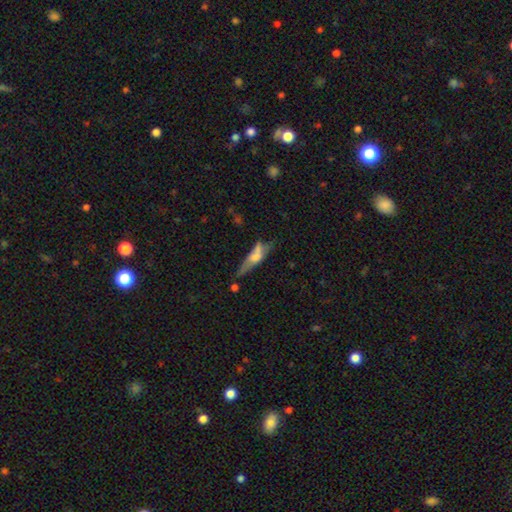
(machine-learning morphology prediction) A smooth galaxy with no disk features (51%) that is cigar-shaped (60%). Merging: none (37%).